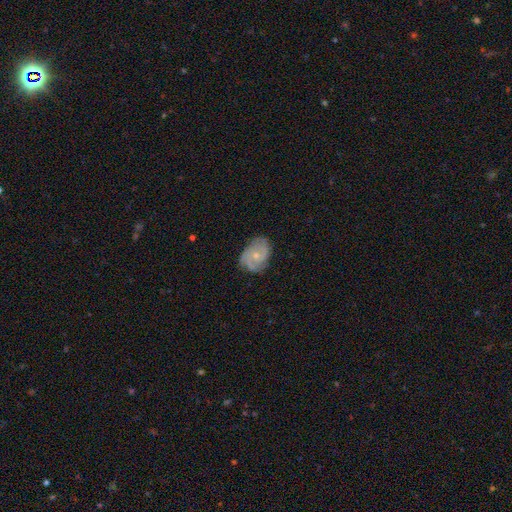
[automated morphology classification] Q: Smooth or featured?
A: featured or disk (79%); runner-up: smooth (15%)
Q: Edge-on disk?
A: no (97%); runner-up: yes (3%)
Q: Bar?
A: no (75%); runner-up: weak (22%)
Q: Spiral arms?
A: yes (94%); runner-up: no (6%)
Q: Spiral winding?
A: tight (52%); runner-up: medium (38%)
Q: Spiral arm count?
A: 3 (35%); runner-up: 2 (34%)
Q: Bulge size?
A: small (59%); runner-up: moderate (38%)
Q: Merging?
A: none (71%); runner-up: minor disturbance (22%)